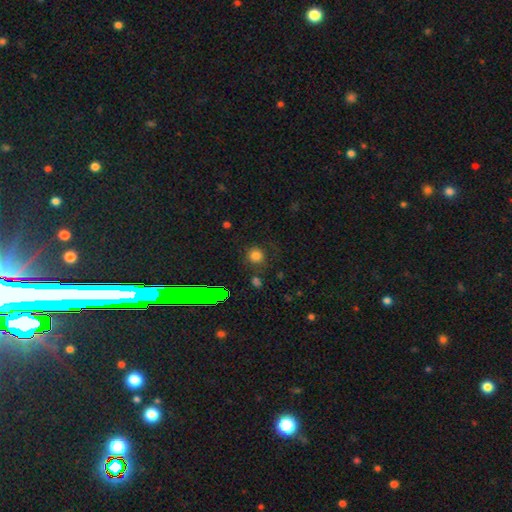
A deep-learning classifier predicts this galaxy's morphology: The model was most divided on "smooth or featured": smooth: 72%, star or artifact: 19%, featured or disk: 9%. More confident: how rounded — round (91%); merging — none (78%).